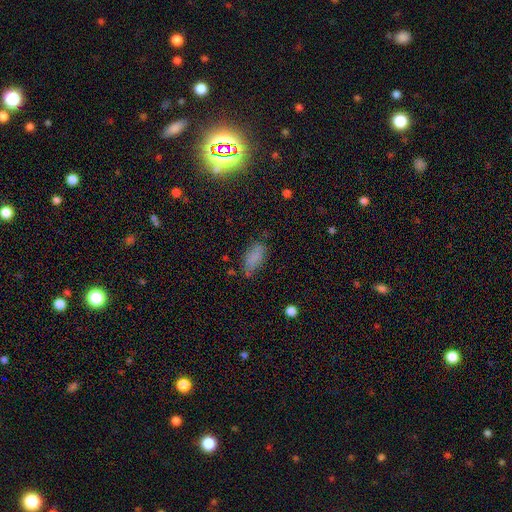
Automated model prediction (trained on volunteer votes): This is likely a smooth galaxy (80%). How rounded: clearly in between (88%). Merging: likely none (65%).